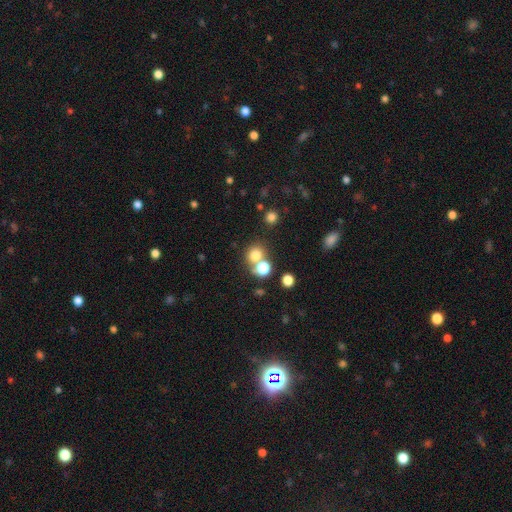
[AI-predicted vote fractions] This appears to be a smooth galaxy with no disk features (74%) that is round (83%). Merging: none (57%).